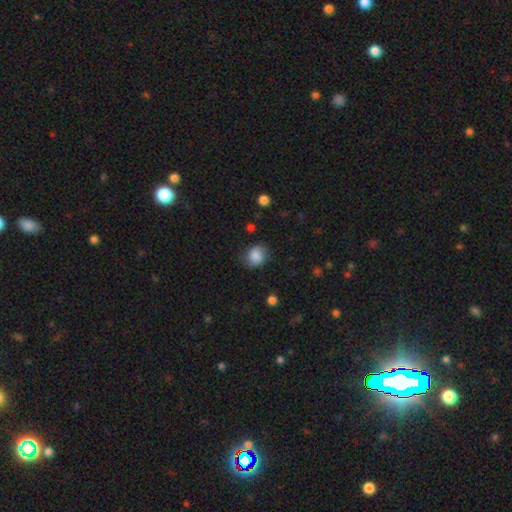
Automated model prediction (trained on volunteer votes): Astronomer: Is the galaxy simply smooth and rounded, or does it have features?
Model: smooth — 83%.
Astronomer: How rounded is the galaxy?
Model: round — 62%.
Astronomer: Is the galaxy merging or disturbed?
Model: none — 74%.